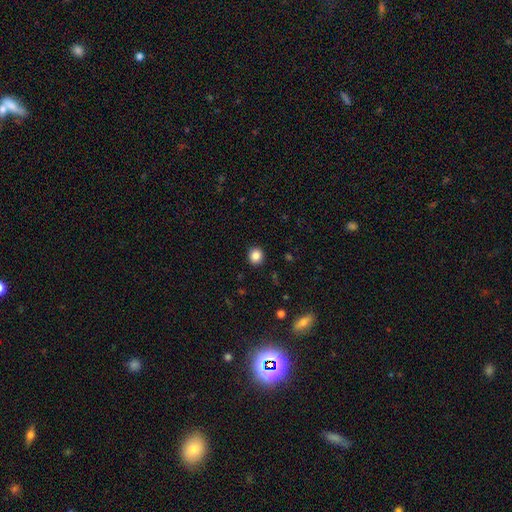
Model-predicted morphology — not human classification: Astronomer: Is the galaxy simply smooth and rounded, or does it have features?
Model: smooth — 85%.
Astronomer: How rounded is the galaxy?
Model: round — 86%.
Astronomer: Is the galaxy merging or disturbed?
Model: none — 92%.